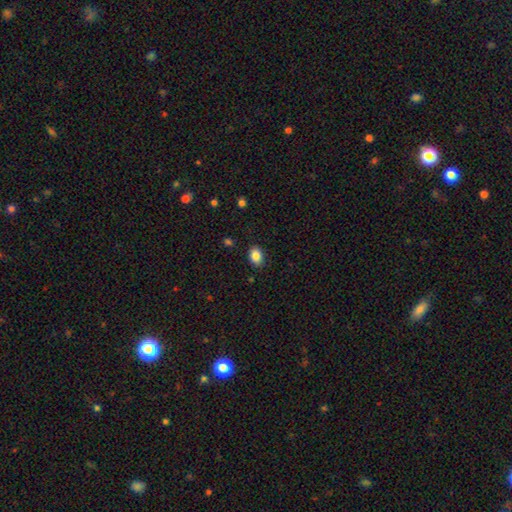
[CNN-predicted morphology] A smooth galaxy with no disk features (87%) that is in between round and cigar-shaped (76%).

Vote fractions:
- Smooth or featured? smooth: 87% / star or artifact: 9% / featured or disk: 5%
- How rounded? in between: 76% / round: 23% / cigar-shaped: 1%
- Merging? none: 85% / minor disturbance: 11% / major disturbance: 2% / merger: 1%